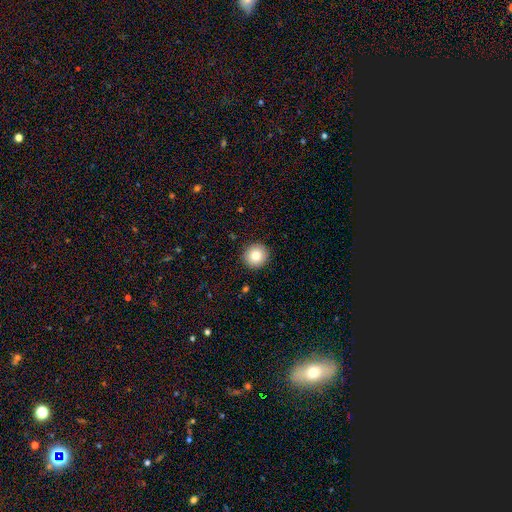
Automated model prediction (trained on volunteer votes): smooth-or-featured: smooth: 82% | star or artifact: 9% | featured or disk: 9%
  how-rounded: round: 94% | in between: 5% | cigar-shaped: 1%
  merging: none: 92% | minor disturbance: 5% | major disturbance: 2% | merger: 1%